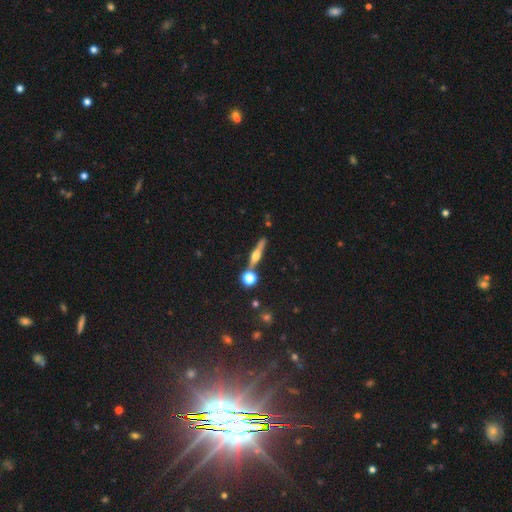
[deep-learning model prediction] Smooth or featured? Predicted: featured or disk (p=0.67). Edge-on disk? Predicted: yes (p=0.95). Edge-on bulge? Predicted: rounded (p=0.94). Merging? Predicted: none (p=0.76).